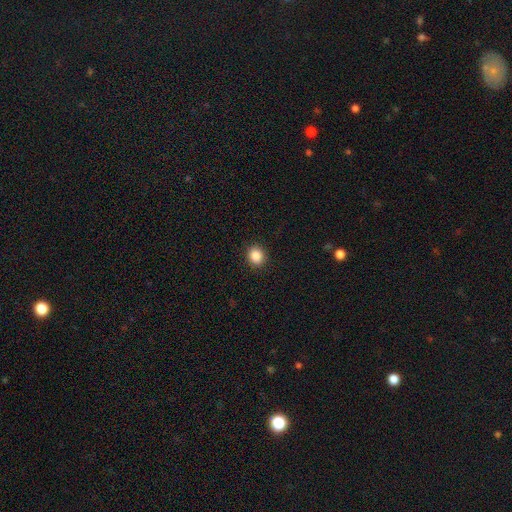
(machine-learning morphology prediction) A smooth galaxy with no disk features (87%) that is round (77%). Merging: none (91%).